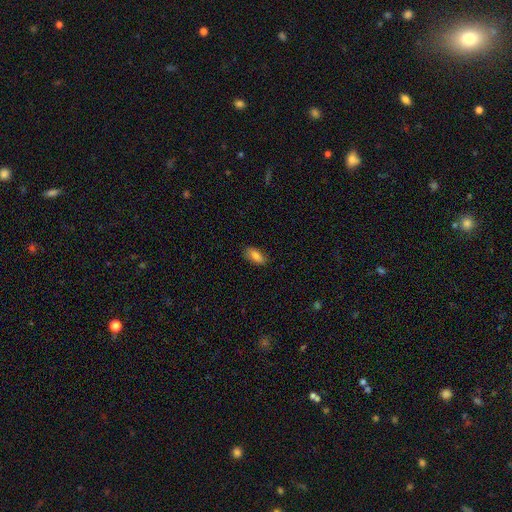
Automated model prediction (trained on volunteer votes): Q: Smooth or featured?
A: smooth (82%); runner-up: featured or disk (10%)
Q: How rounded?
A: in between (84%); runner-up: cigar-shaped (13%)
Q: Merging?
A: none (80%); runner-up: minor disturbance (15%)